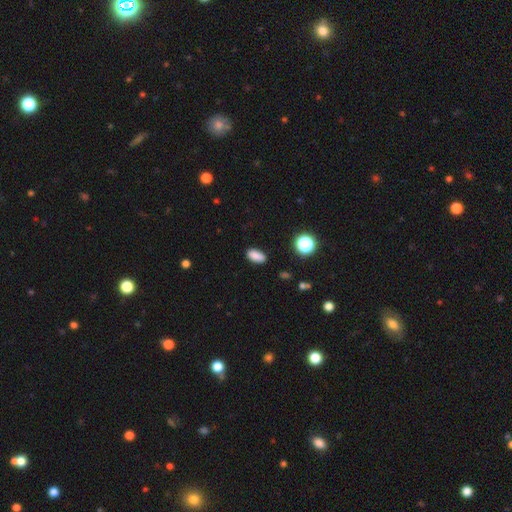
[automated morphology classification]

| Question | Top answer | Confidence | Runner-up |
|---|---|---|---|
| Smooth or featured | smooth | 85% | star or artifact (11%) |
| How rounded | in between | 88% | cigar-shaped (8%) |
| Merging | none | 87% | minor disturbance (10%) |